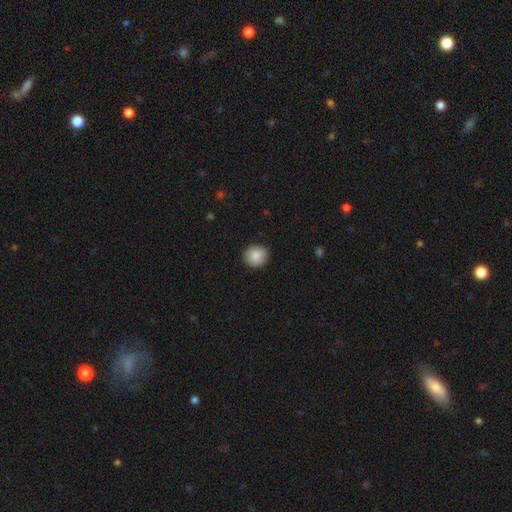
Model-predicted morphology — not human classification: Smooth or featured?
  - smooth: 88% *
  - star or artifact: 7%
  - featured or disk: 4%
How rounded?
  - round: 86% *
  - in between: 13%
  - cigar-shaped: 1%
Merging?
  - none: 90% *
  - minor disturbance: 7%
  - major disturbance: 2%
  - merger: 1%